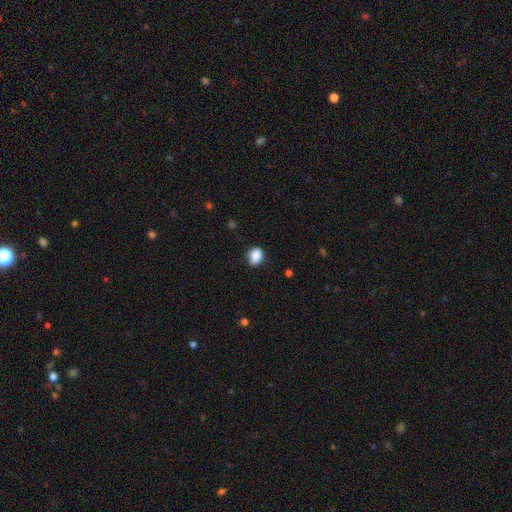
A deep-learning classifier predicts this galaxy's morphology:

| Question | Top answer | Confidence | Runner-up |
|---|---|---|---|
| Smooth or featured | smooth | 87% | star or artifact (8%) |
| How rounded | in between | 57% | round (42%) |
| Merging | none | 82% | minor disturbance (14%) |